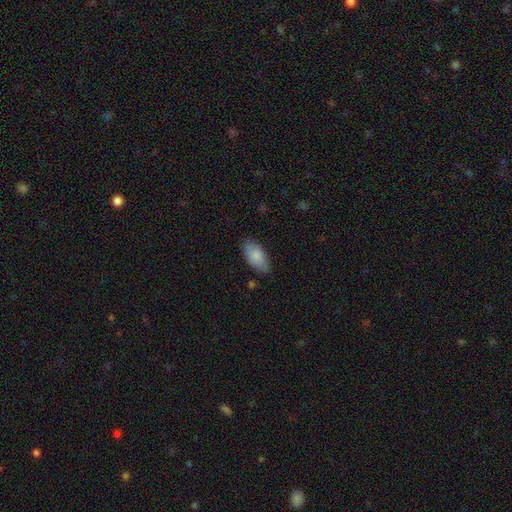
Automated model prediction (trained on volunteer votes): The model was most divided on "merging": none: 78%, minor disturbance: 18%, major disturbance: 3%, merger: 1%. More confident: how rounded — in between (93%); smooth or featured — smooth (84%).